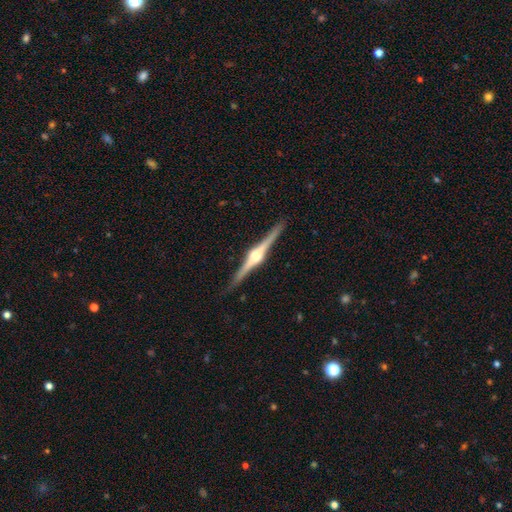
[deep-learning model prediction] The model was most divided on "smooth or featured": featured or disk: 89%, smooth: 6%, star or artifact: 4%. More confident: edge-on disk — yes (99%); merging — none (92%); edge-on bulge — rounded (92%).